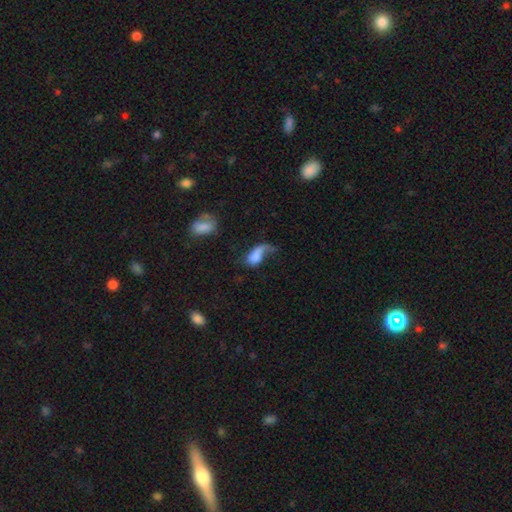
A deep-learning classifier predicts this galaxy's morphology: type=smooth (58%); roundness=in between (81%); merging=major disturbance (49%).